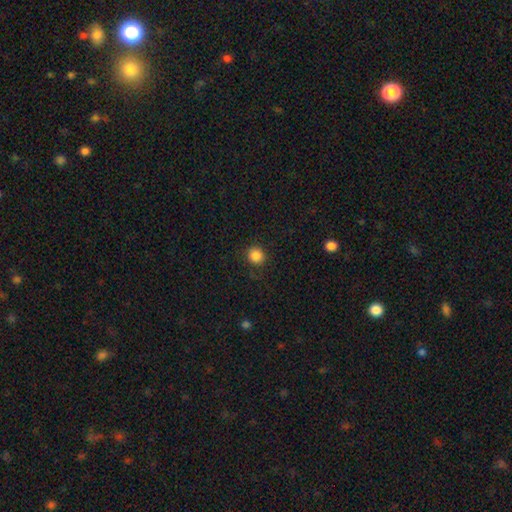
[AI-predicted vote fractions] Q: Smooth or featured?
A: smooth (86%); runner-up: star or artifact (10%)
Q: How rounded?
A: round (88%); runner-up: in between (11%)
Q: Merging?
A: none (87%); runner-up: minor disturbance (8%)